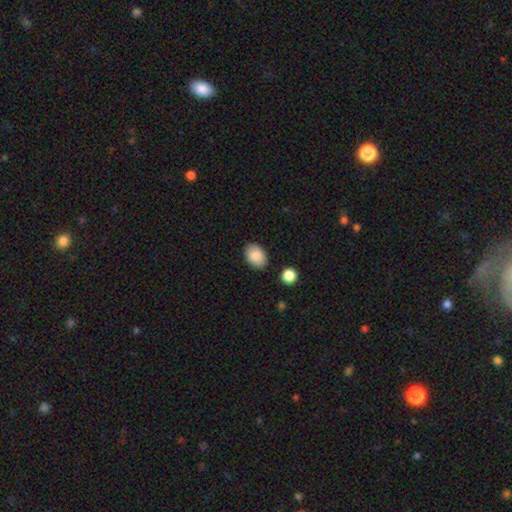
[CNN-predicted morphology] smooth-or-featured: smooth: 88% | star or artifact: 7% | featured or disk: 5%
  how-rounded: in between: 83% | round: 16% | cigar-shaped: 1%
  merging: none: 85% | minor disturbance: 10% | major disturbance: 2% | merger: 2%